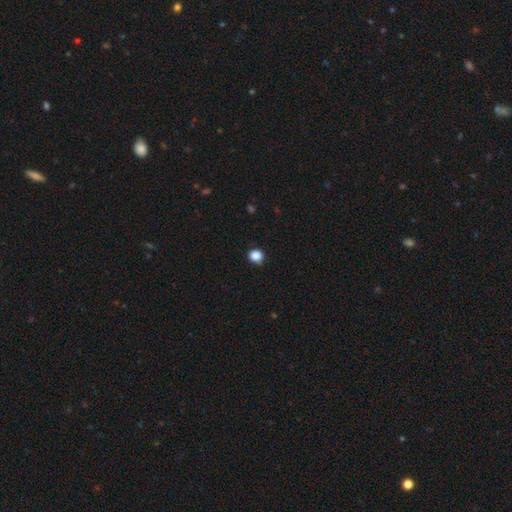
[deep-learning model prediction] This is clearly a smooth galaxy (87%). How rounded: clearly round (87%). Merging: clearly none (88%).